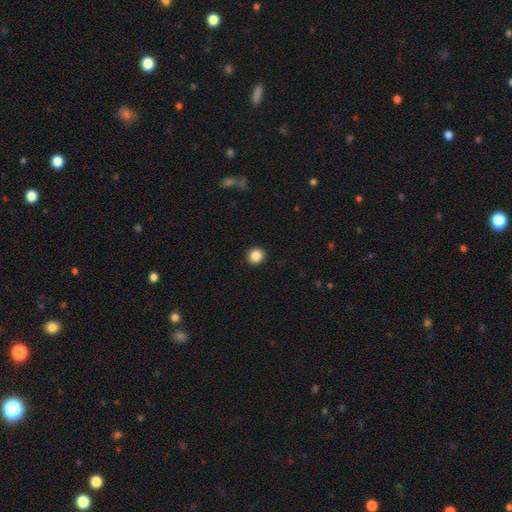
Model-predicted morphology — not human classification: Smooth or featured? Predicted: smooth (p=0.87). How rounded? Predicted: round (p=0.89). Merging? Predicted: none (p=0.92).